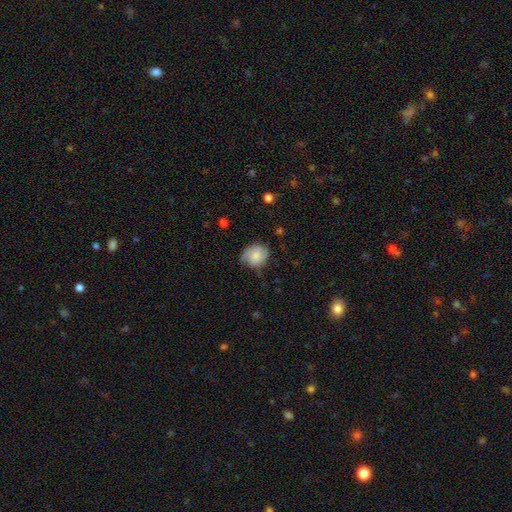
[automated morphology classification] The model was most divided on "merging": none: 61%, minor disturbance: 30%, major disturbance: 8%, merger: 1%. More confident: smooth or featured — smooth (67%); how rounded — round (66%).